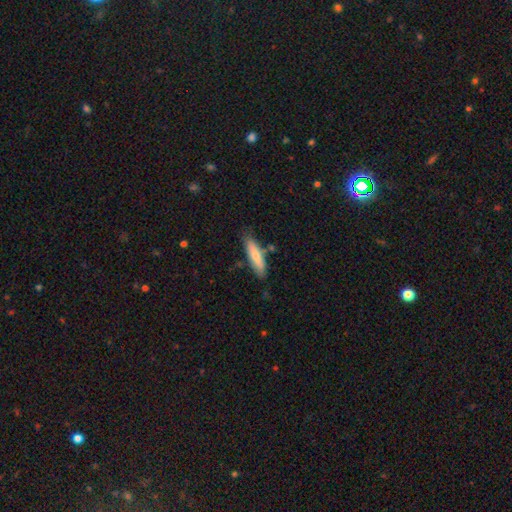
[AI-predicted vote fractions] Morphology: type=smooth (72%); roundness=cigar-shaped (67%); merging=none (78%).